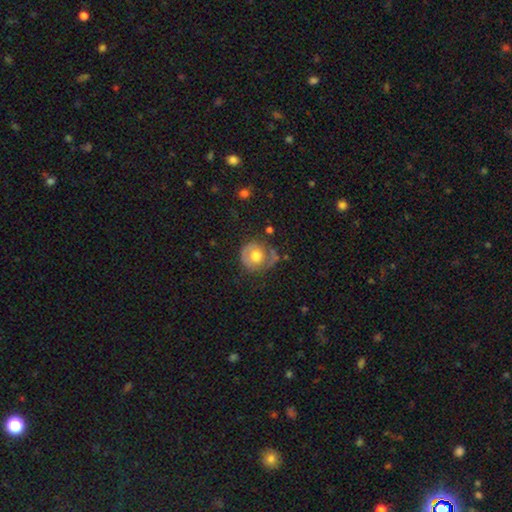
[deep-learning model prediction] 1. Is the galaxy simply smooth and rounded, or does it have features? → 53% smooth, 40% featured or disk, 7% star or artifact.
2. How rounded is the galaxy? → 86% round, 13% in between, 1% cigar-shaped.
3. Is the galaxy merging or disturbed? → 61% none, 24% minor disturbance, 12% major disturbance, 3% merger.